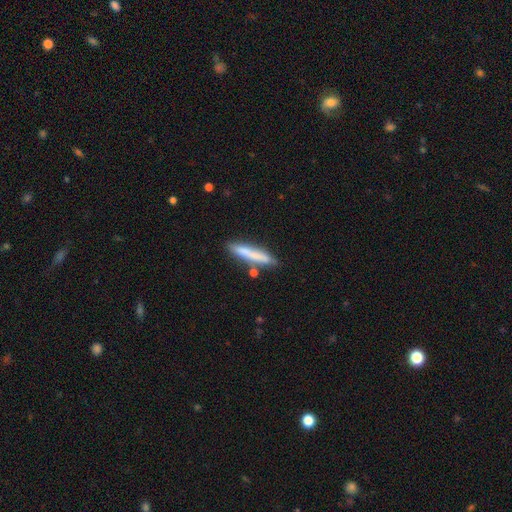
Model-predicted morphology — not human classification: smooth_or_featured: smooth (p=0.73) [alt: featured or disk p=0.21]
how_rounded: cigar-shaped (p=0.91) [alt: in between p=0.08]
merging: none (p=0.75) [alt: minor disturbance p=0.15]